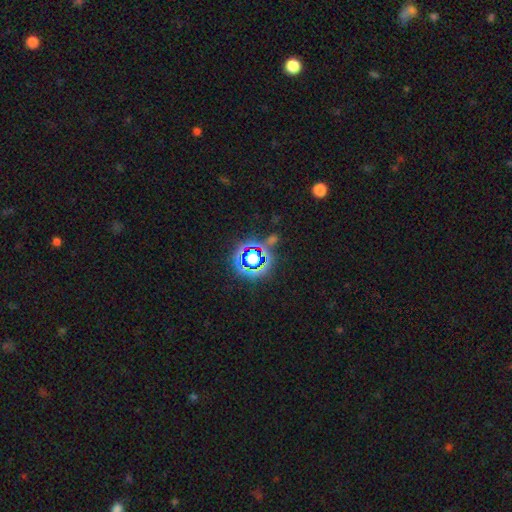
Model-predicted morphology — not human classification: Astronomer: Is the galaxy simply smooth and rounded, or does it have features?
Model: star or artifact — 79%.